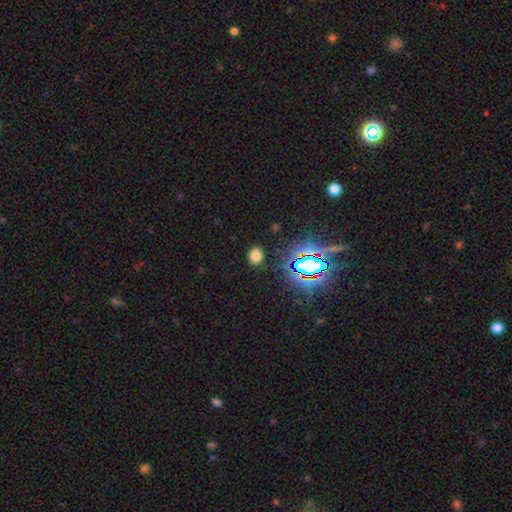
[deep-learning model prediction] Smooth or featured? smooth (69%)
How rounded? in between (55%)
Merging? none (86%)